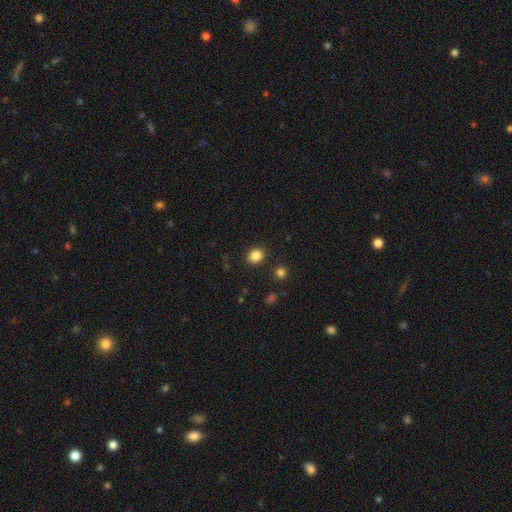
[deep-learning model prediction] Smooth or featured: smooth — 85% (star or artifact — 11%)
How rounded: round — 65% (in between — 34%)
Merging: none — 88% (minor disturbance — 7%)